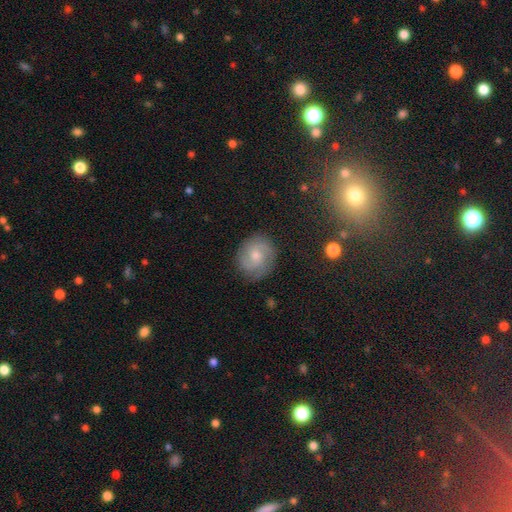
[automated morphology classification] smooth-or-featured: featured or disk: 64% | smooth: 28% | star or artifact: 8%
  disk-edge-on: no: 98% | yes: 2%
    bar: no: 66% | weak: 30% | strong: 4%
    has-spiral-arms: yes: 92% | no: 8%
      spiral-winding: tight: 53% | medium: 37% | loose: 10%
      spiral-arm-count: 2: 52% | can't tell: 20% | 3: 18% | 1: 4% | 4: 4% | more than 4: 3%
    bulge-size: moderate: 53% | small: 38% | none: 4% | large: 4% | dominant: 1%
  merging: none: 81% | minor disturbance: 14% | major disturbance: 4% | merger: 1%